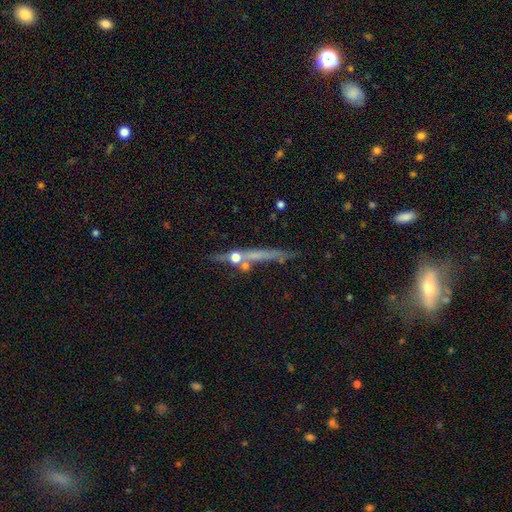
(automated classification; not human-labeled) This appears to be a featured or disk galaxy (49%). Merging: none (60%).